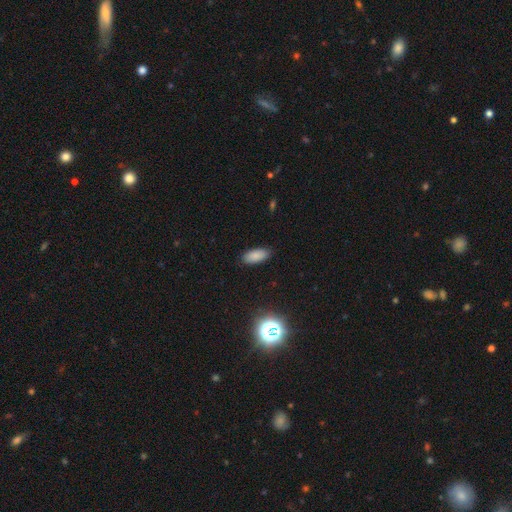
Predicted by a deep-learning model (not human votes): Q: Smooth or featured?
A: smooth (84%); runner-up: star or artifact (11%)
Q: How rounded?
A: in between (88%); runner-up: cigar-shaped (9%)
Q: Merging?
A: none (87%); runner-up: minor disturbance (10%)